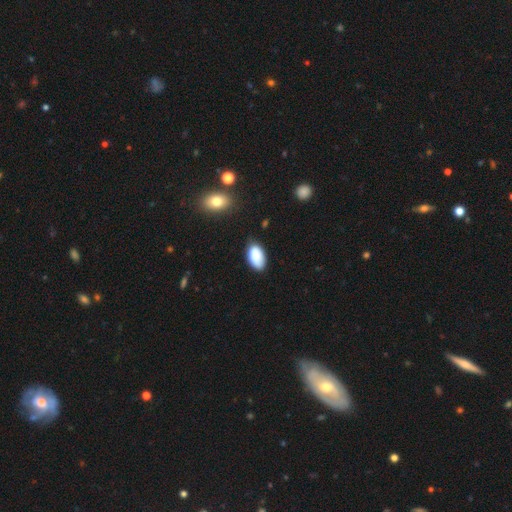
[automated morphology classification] smooth 87%, star or artifact 7%, featured or disk 6%. Down the decision tree: how rounded — in between (94%); merging — none (74%).